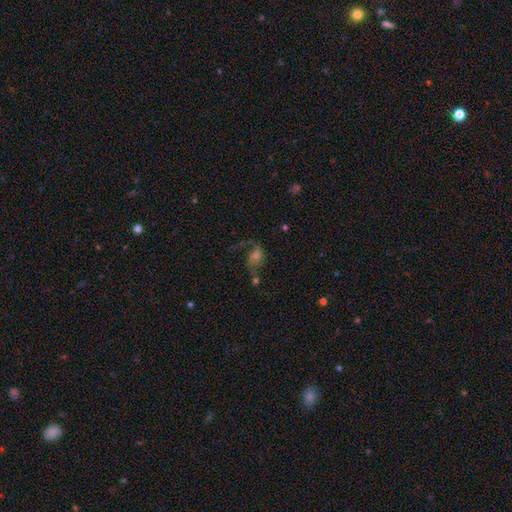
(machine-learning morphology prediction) Smooth or featured? featured or disk (66%)
Edge-on disk? no (96%)
Bar? no (63%)
Spiral arms? yes (87%)
Spiral winding? loose (74%)
Spiral arm count? 2 (70%)
Bulge size? moderate (44%)
Merging? none (45%)